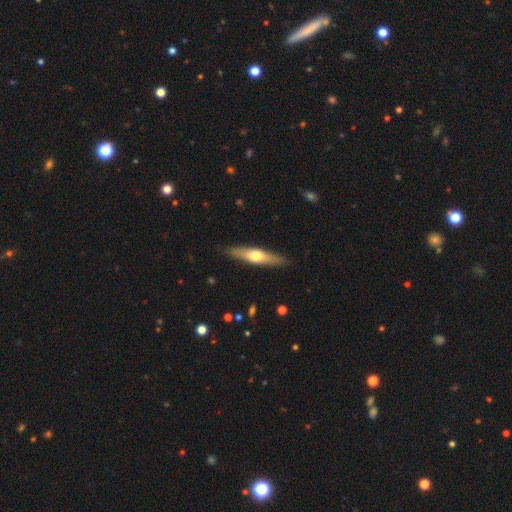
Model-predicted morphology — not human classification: Overall: featured or disk (52%; smooth 43%). Edge-on disk: yes (91%). Merging: none (89%).